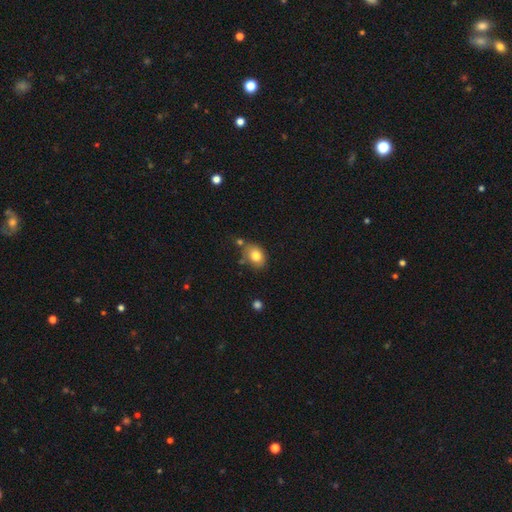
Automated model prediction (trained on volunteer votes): Overall: smooth (81%). How rounded: in between (68%; round 31%). Merging: none (67%).